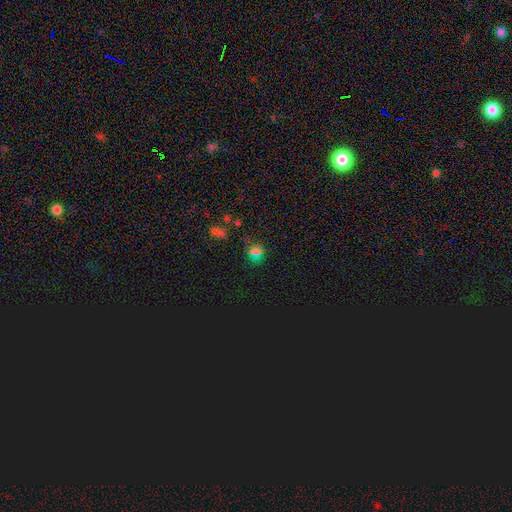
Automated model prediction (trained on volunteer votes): smooth_or_featured: smooth (p=0.48) [alt: star or artifact p=0.45]
merging: none (p=0.80) [alt: minor disturbance p=0.11]